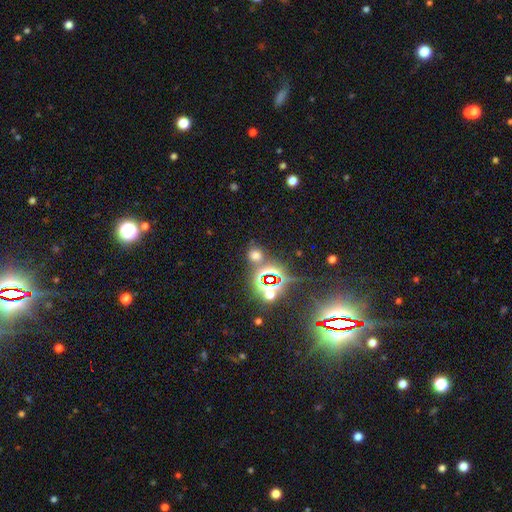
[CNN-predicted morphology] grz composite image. It shows a smooth galaxy with no disk features (51%) that is round (76%). Merging: none (73%).